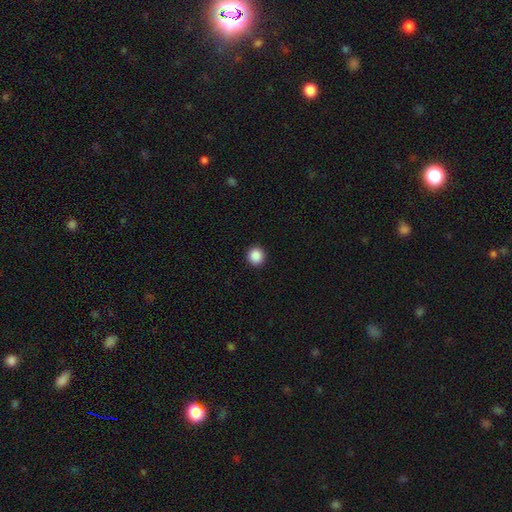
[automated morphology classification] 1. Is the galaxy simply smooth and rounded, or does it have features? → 89% smooth, 9% star or artifact, 2% featured or disk.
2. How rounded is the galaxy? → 94% round, 5% in between, 1% cigar-shaped.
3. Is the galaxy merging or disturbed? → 93% none, 4% minor disturbance, 2% major disturbance, 1% merger.